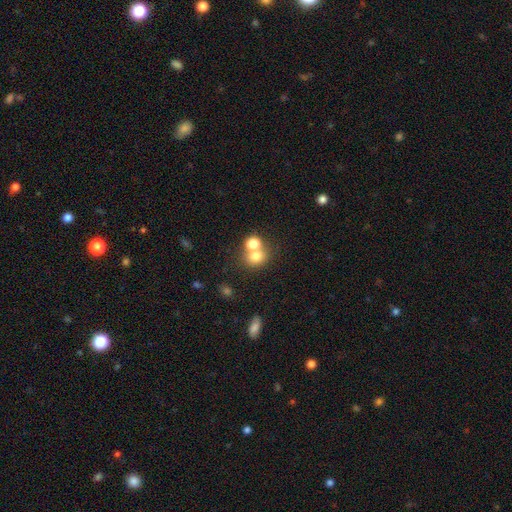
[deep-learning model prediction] Smooth or featured? Predicted: smooth (p=0.74). How rounded? Predicted: round (p=0.68). Merging? Predicted: merger (p=0.50).